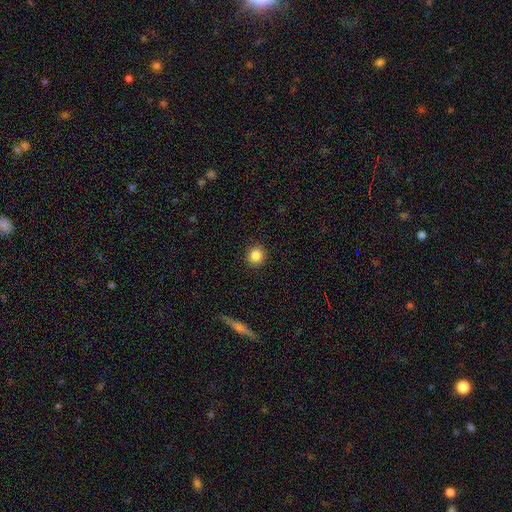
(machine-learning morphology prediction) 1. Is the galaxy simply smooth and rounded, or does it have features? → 86% smooth, 10% star or artifact, 4% featured or disk.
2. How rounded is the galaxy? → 90% round, 9% in between, 1% cigar-shaped.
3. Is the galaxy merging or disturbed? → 90% none, 7% minor disturbance, 2% major disturbance, 1% merger.